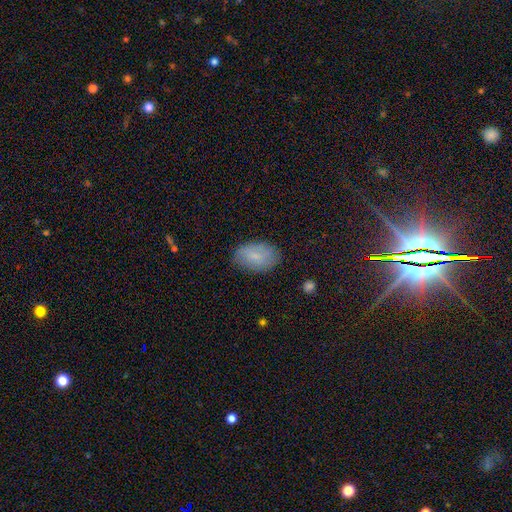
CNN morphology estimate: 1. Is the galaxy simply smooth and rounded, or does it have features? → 73% smooth, 19% featured or disk, 8% star or artifact.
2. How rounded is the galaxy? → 91% in between, 7% round, 2% cigar-shaped.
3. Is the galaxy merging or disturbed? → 79% none, 16% minor disturbance, 4% major disturbance, 1% merger.